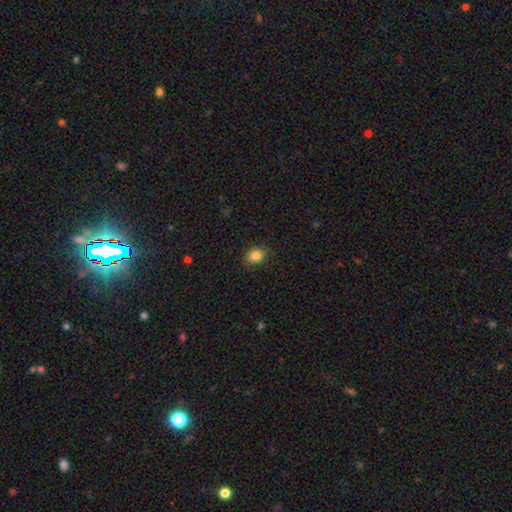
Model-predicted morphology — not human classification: Smooth or featured: smooth — 85% (star or artifact — 10%)
How rounded: in between — 60% (round — 39%)
Merging: none — 86% (minor disturbance — 10%)